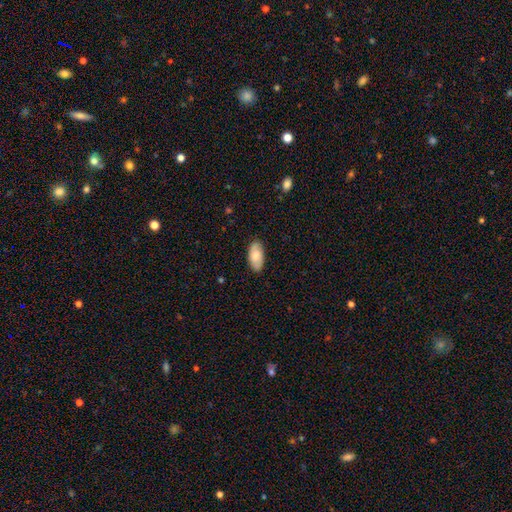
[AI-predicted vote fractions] Smooth or featured? Predicted: smooth (p=0.78). How rounded? Predicted: in between (p=0.94). Merging? Predicted: none (p=0.86).